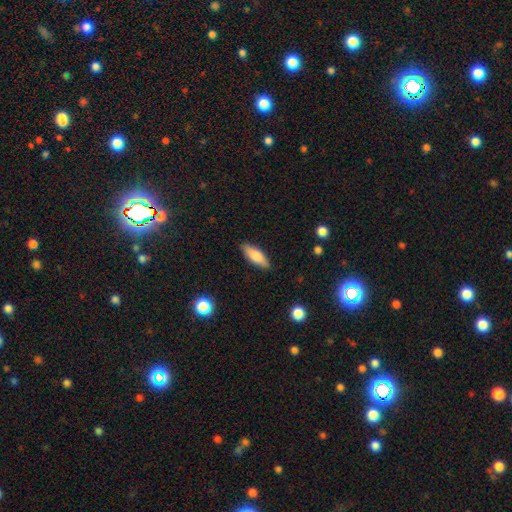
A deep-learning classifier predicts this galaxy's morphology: A smooth galaxy with no disk features (76%) that is in between round and cigar-shaped (60%). Merging: none (87%).